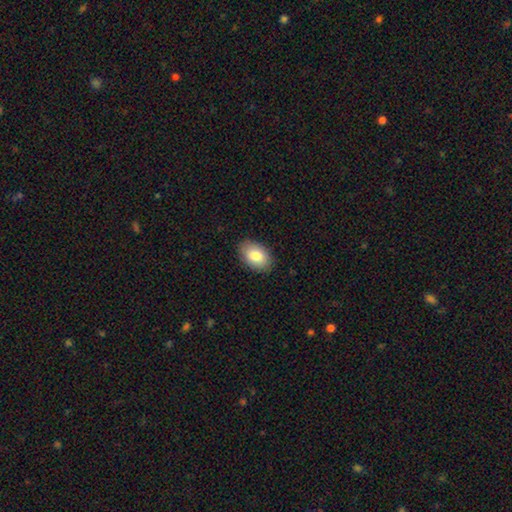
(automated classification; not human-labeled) Smooth or featured?
  - smooth: 83% *
  - featured or disk: 10%
  - star or artifact: 7%
How rounded?
  - in between: 91% *
  - round: 8%
  - cigar-shaped: 1%
Merging?
  - none: 88% *
  - minor disturbance: 9%
  - major disturbance: 2%
  - merger: 1%